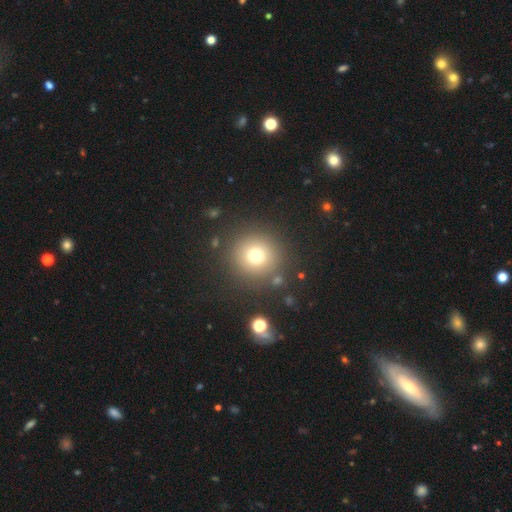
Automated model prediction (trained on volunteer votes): A smooth galaxy with no disk features (73%) that is round (94%). Merging: none (86%).